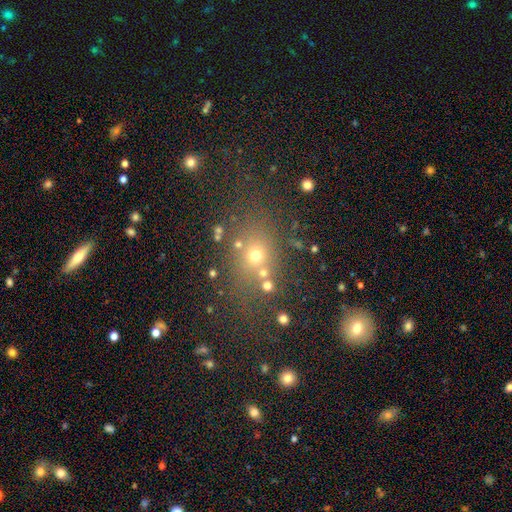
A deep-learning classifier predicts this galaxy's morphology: Overall: smooth (58%; star or artifact 29%). How rounded: round (58%; in between 40%). Merging: none (70%).